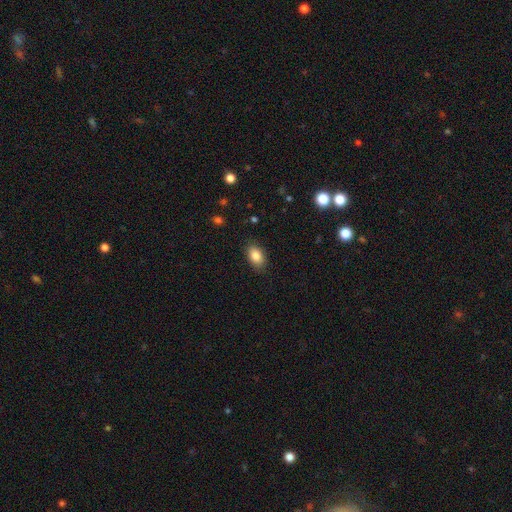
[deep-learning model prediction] This is clearly a smooth galaxy (86%). How rounded: clearly in between (89%). Merging: clearly none (86%).